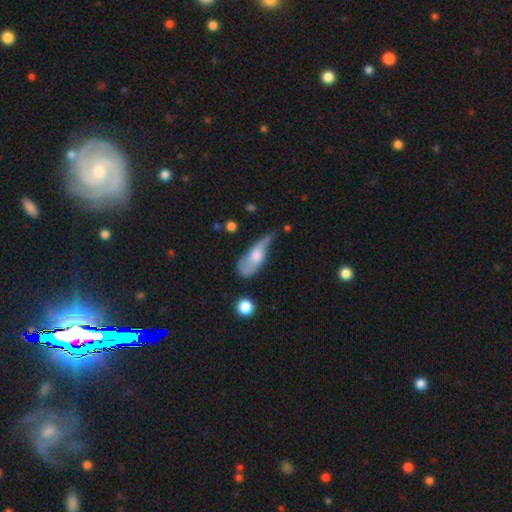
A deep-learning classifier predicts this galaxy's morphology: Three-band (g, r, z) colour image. It shows a smooth galaxy with no disk features (49%). Merging: minor disturbance (36%).